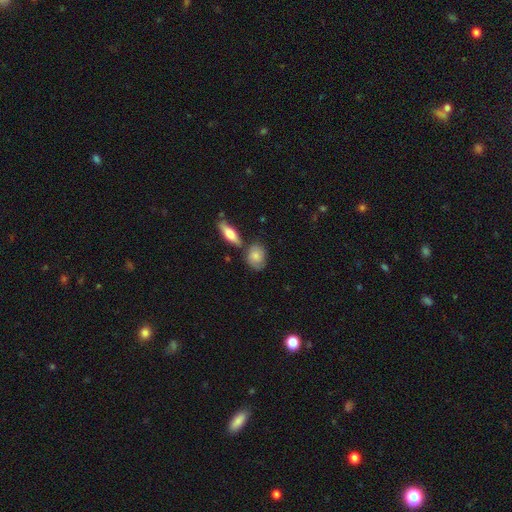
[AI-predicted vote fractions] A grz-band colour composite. It shows a smooth galaxy with no disk features (74%) that is in between round and cigar-shaped (66%). Merging: none (63%).